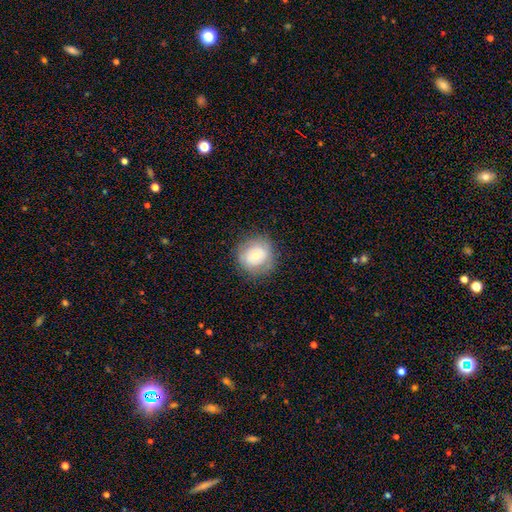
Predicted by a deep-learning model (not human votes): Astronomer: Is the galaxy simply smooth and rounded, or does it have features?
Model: smooth — 59%.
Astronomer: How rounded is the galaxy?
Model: round — 87%.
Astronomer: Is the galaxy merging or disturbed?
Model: none — 81%.